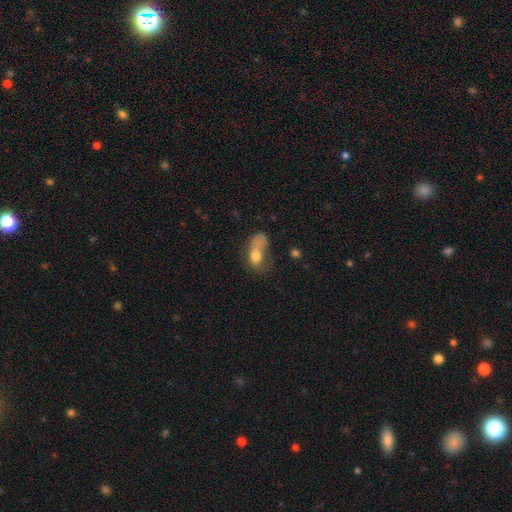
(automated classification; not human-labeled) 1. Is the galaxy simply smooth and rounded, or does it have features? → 59% smooth, 29% featured or disk, 12% star or artifact.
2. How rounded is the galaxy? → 79% in between, 14% round, 8% cigar-shaped.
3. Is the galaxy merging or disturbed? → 42% major disturbance, 23% none, 21% minor disturbance, 14% merger.